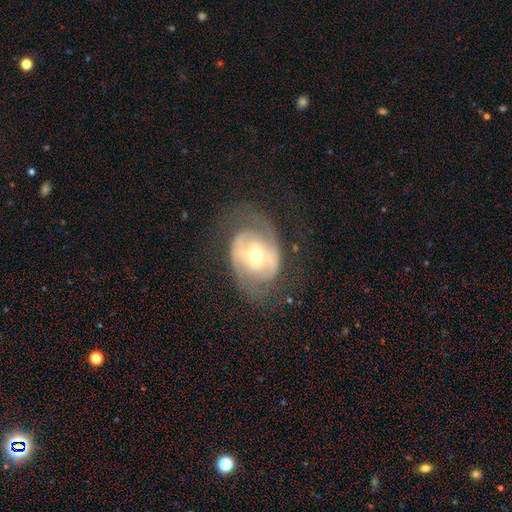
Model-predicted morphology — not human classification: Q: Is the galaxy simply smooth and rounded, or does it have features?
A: featured or disk — 82%.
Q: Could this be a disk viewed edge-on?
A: no — 96%.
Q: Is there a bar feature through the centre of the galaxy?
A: weak — 42%.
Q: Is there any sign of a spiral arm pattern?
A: yes — 89%.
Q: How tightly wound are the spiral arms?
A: medium — 47%.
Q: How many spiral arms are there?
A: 2 — 83%.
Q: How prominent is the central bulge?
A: moderate — 63%.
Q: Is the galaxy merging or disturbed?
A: none — 67%.